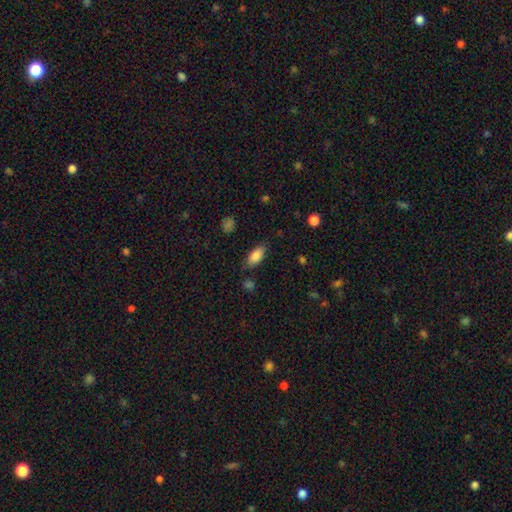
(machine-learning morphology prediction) smooth 85%, featured or disk 8%, star or artifact 7%. Down the decision tree: how rounded — in between (87%); merging — none (79%).